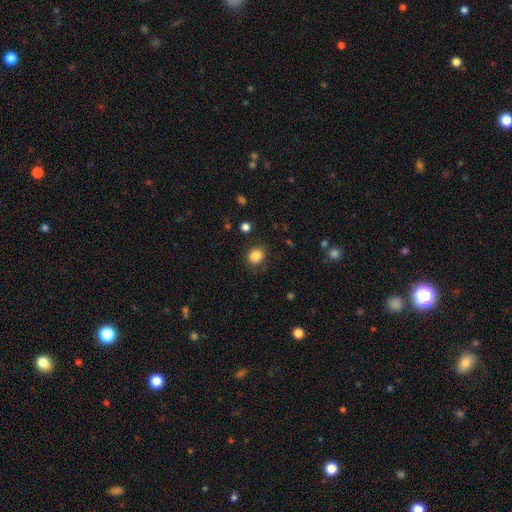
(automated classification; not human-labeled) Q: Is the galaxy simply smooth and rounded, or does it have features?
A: smooth — 85%.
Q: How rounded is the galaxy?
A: round — 67%.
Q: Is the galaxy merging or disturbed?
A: none — 83%.